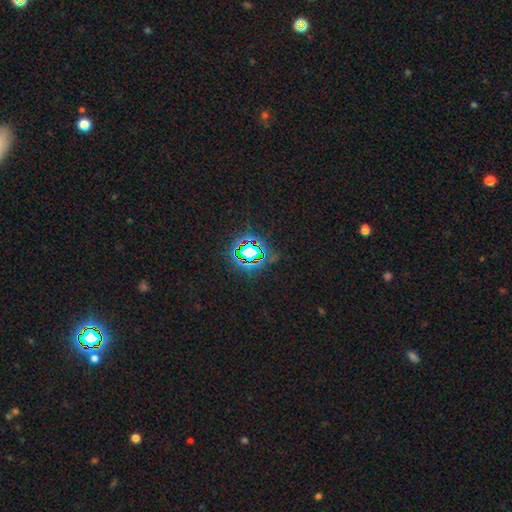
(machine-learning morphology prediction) smooth-or-featured: star or artifact: 80% | smooth: 12% | featured or disk: 8%